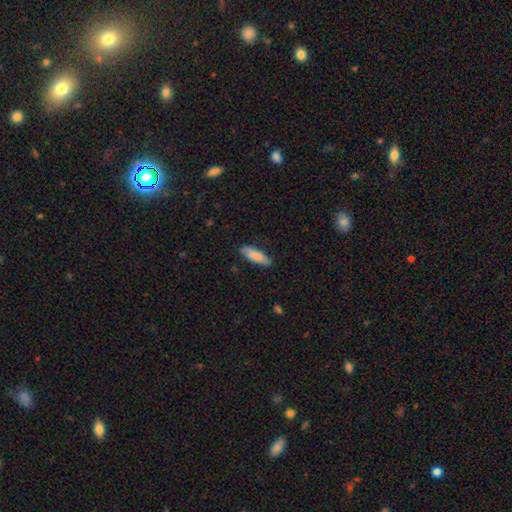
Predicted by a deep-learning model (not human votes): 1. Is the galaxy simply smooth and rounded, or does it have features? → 82% smooth, 13% featured or disk, 6% star or artifact.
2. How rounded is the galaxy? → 49% cigar-shaped (tied), 49% in between (tied), 2% round.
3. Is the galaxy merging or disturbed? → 82% none, 14% minor disturbance, 2% major disturbance, 1% merger.